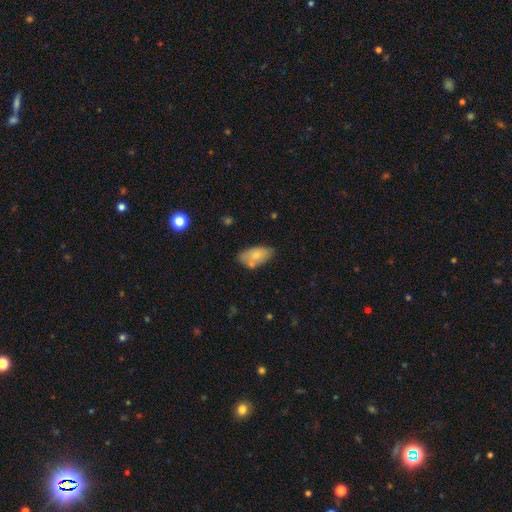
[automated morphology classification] smooth-or-featured: smooth: 73% | featured or disk: 20% | star or artifact: 7%
  how-rounded: in between: 92% | round: 4% | cigar-shaped: 4%
  merging: none: 61% | minor disturbance: 21% | merger: 13% | major disturbance: 5%